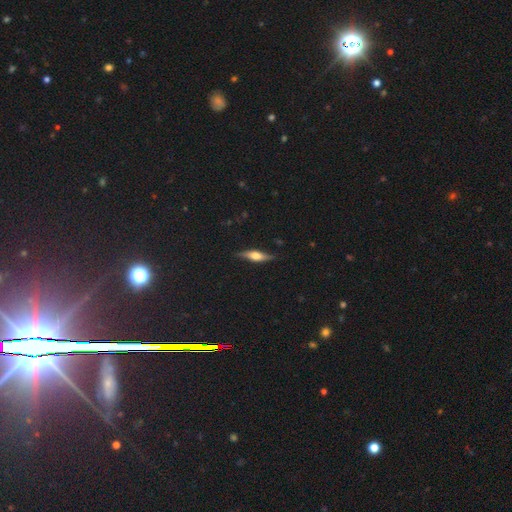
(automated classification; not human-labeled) Smooth or featured? featured or disk (60%)
Edge-on disk? yes (92%)
Edge-on bulge? rounded (88%)
Merging? none (82%)